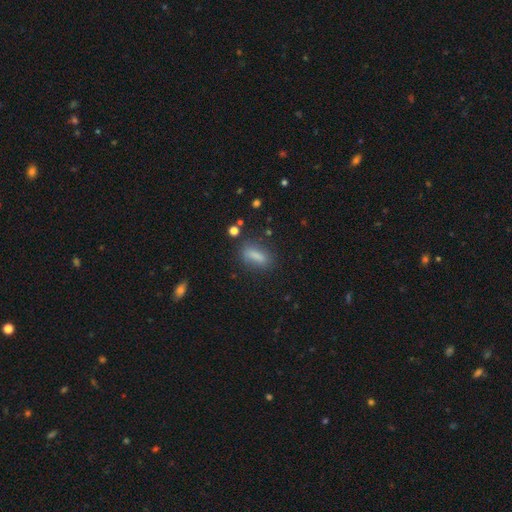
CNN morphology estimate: smooth 78%, featured or disk 12%, star or artifact 10%. Down the decision tree: how rounded — in between (61%); merging — none (71%).